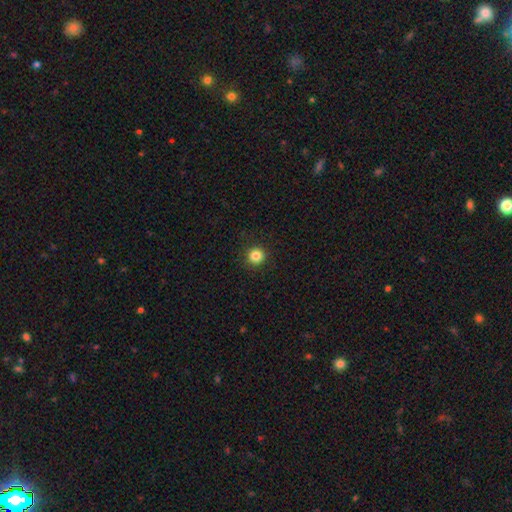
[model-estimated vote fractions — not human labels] Morphology: type=smooth (84%); roundness=round (95%); merging=none (92%).